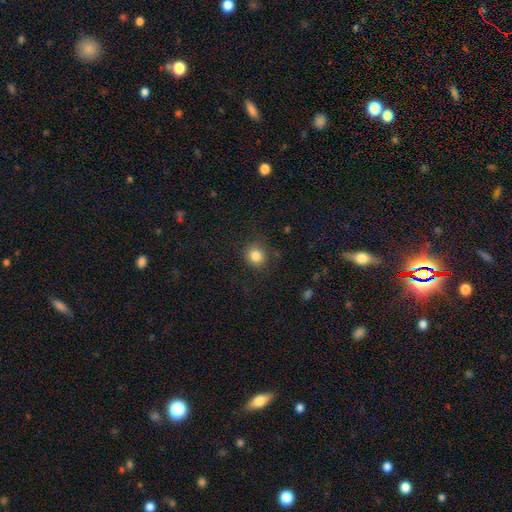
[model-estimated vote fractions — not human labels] Overall: smooth (84%). How rounded: round (87%). Merging: none (85%).